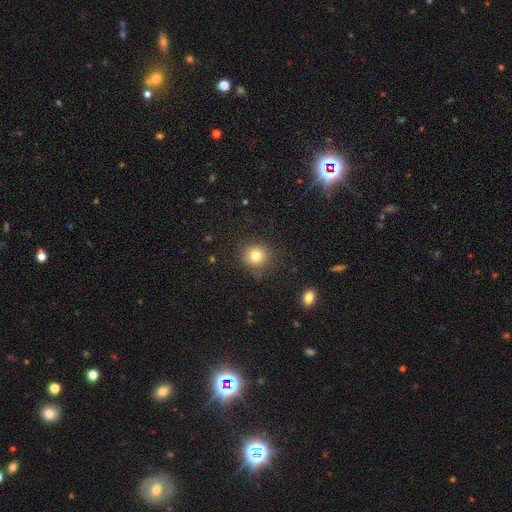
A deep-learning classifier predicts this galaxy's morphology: type=smooth (80%); roundness=round (89%); merging=none (80%).